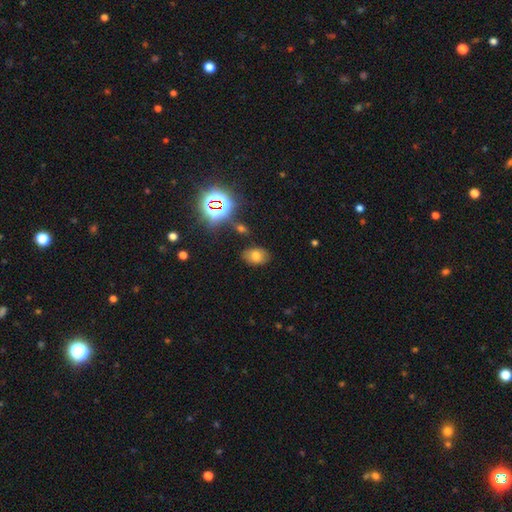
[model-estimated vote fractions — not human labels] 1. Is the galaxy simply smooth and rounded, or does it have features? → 69% smooth, 19% star or artifact, 12% featured or disk.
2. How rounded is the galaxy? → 81% in between, 18% round, 1% cigar-shaped.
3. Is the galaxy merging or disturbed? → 82% none, 12% minor disturbance, 3% major disturbance, 3% merger.